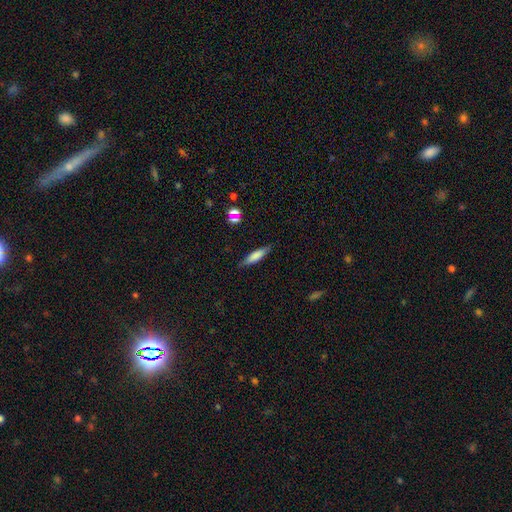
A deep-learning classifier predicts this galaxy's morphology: A smooth galaxy with no disk features (74%) that is cigar-shaped (65%).

Vote fractions:
- Smooth or featured? smooth: 74% / featured or disk: 18% / star or artifact: 8%
- How rounded? cigar-shaped: 65% / in between: 33% / round: 2%
- Merging? none: 82% / minor disturbance: 13% / major disturbance: 3% / merger: 2%